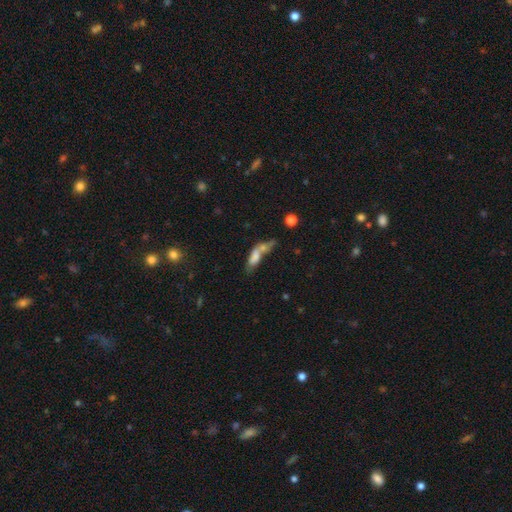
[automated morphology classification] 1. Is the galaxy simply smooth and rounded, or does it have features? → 63% smooth, 26% featured or disk, 11% star or artifact.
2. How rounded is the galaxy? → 54% in between, 41% cigar-shaped, 5% round.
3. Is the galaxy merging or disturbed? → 52% merger, 22% none, 13% major disturbance, 13% minor disturbance.